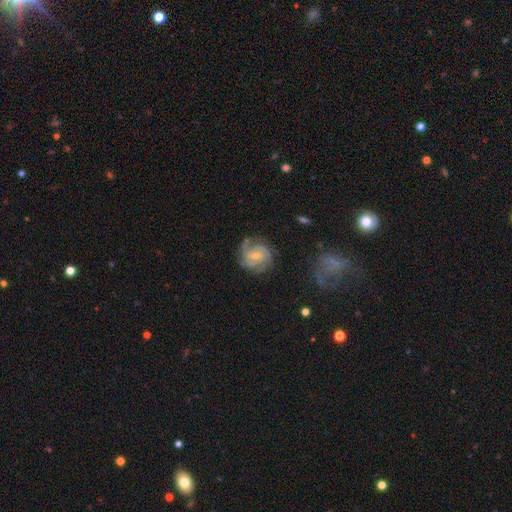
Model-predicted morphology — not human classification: Smooth or featured? featured or disk (85%)
Edge-on disk? no (98%)
Bar? no (46%)
Spiral arms? yes (96%)
Spiral winding? tight (57%)
Spiral arm count? 3 (35%)
Bulge size? small (58%)
Merging? none (72%)